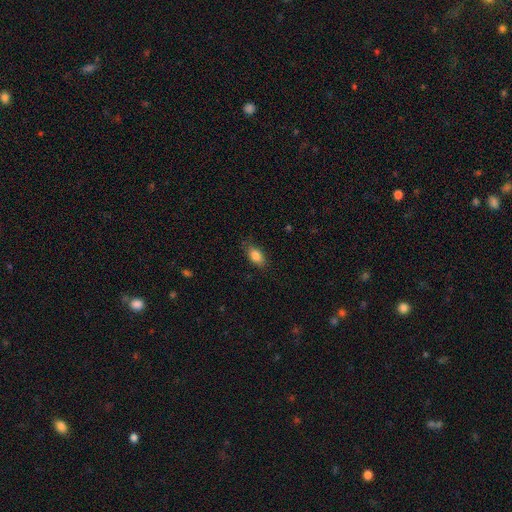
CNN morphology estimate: A smooth galaxy with no disk features (84%) that is in between round and cigar-shaped (87%). Merging: none (78%).